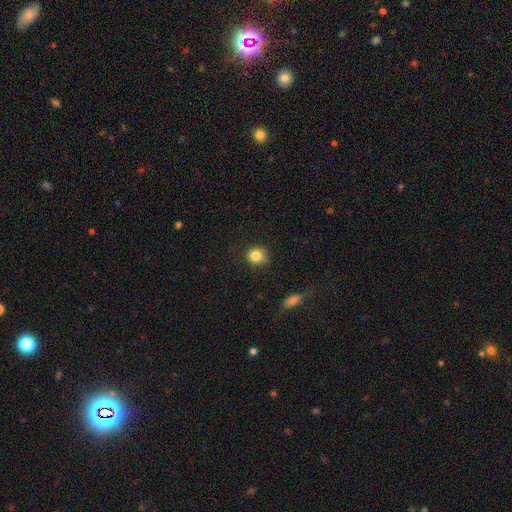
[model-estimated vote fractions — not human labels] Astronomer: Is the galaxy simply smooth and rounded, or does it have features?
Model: smooth — 83%.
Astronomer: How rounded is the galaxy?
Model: round — 86%.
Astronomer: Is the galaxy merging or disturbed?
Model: none — 72%.